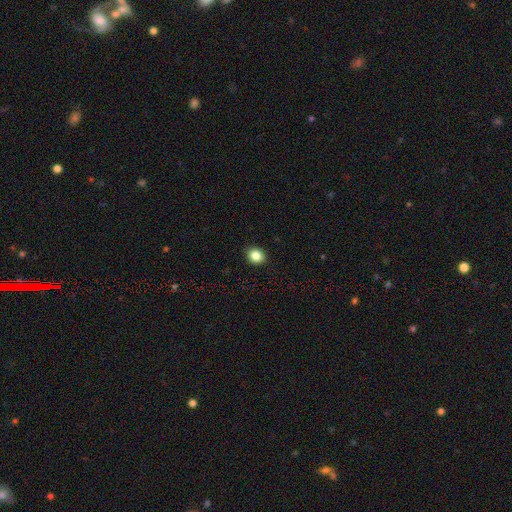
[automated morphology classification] Smooth or featured? smooth (86%)
How rounded? round (65%)
Merging? none (91%)